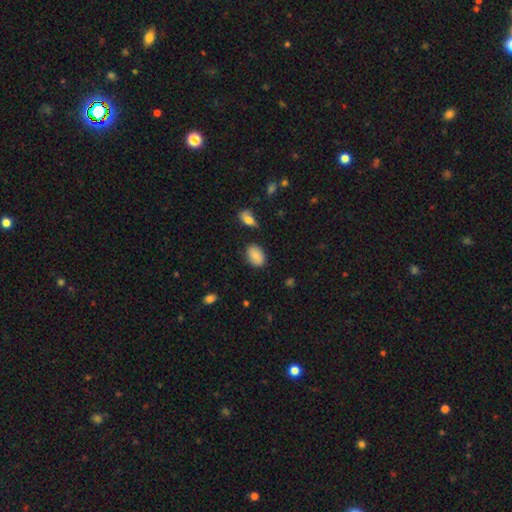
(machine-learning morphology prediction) smooth-or-featured: smooth: 84% | featured or disk: 9% | star or artifact: 7%
  how-rounded: in between: 86% | round: 13% | cigar-shaped: 1%
  merging: none: 81% | minor disturbance: 13% | major disturbance: 3% | merger: 2%